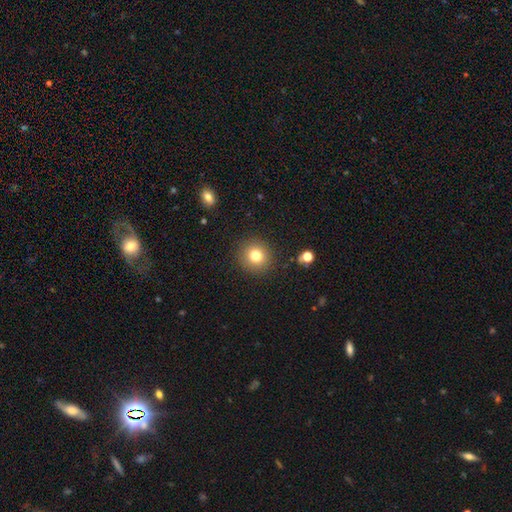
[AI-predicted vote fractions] Smooth or featured? smooth (79%)
How rounded? round (91%)
Merging? none (90%)